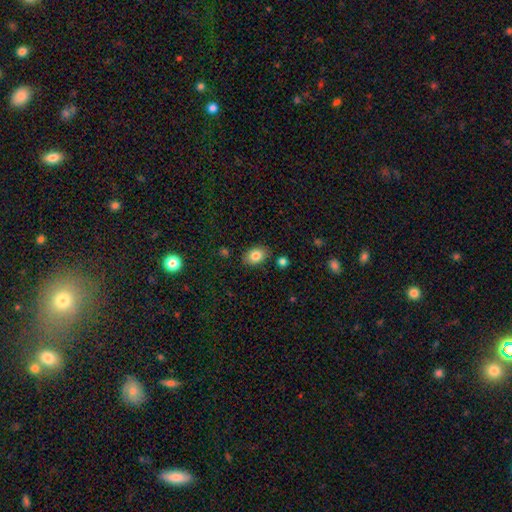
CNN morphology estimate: Smooth or featured?
  - smooth: 83% *
  - star or artifact: 9%
  - featured or disk: 8%
How rounded?
  - in between: 76% *
  - round: 22%
  - cigar-shaped: 1%
Merging?
  - none: 83% *
  - minor disturbance: 11%
  - merger: 3%
  - major disturbance: 3%